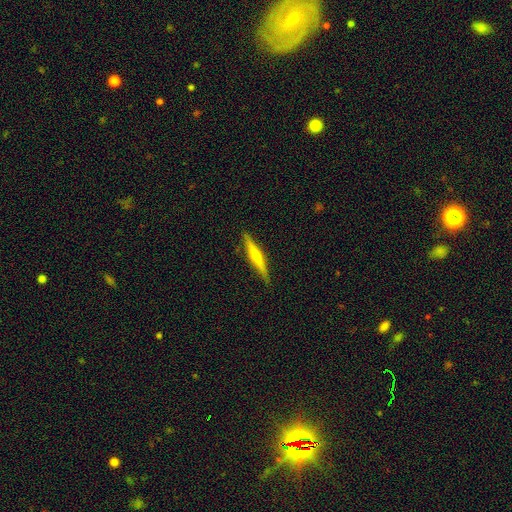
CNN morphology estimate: smooth-or-featured: featured or disk: 58% | smooth: 37% | star or artifact: 6%
  disk-edge-on: yes: 97% | no: 3%
    edge-on-bulge: rounded: 72% | none: 21% | boxy: 7%
  merging: none: 89% | minor disturbance: 8% | major disturbance: 2% | merger: 1%